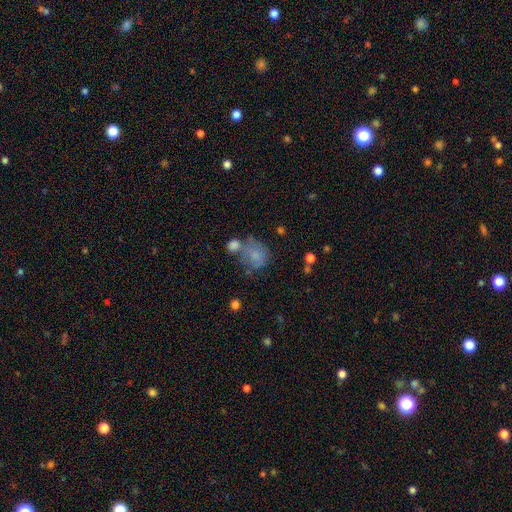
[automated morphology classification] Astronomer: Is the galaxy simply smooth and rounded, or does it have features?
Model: smooth — 72%.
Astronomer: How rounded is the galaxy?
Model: round — 61% (runner-up: in between, 38%).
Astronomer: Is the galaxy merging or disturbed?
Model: none — 35% (runner-up: merger, 29%).